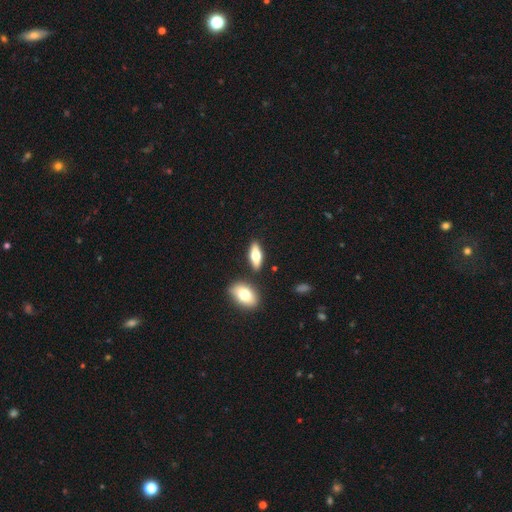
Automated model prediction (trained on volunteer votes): Smooth or featured? Predicted: smooth (p=0.60). How rounded? Predicted: in between (p=0.68). Merging? Predicted: none (p=0.82).